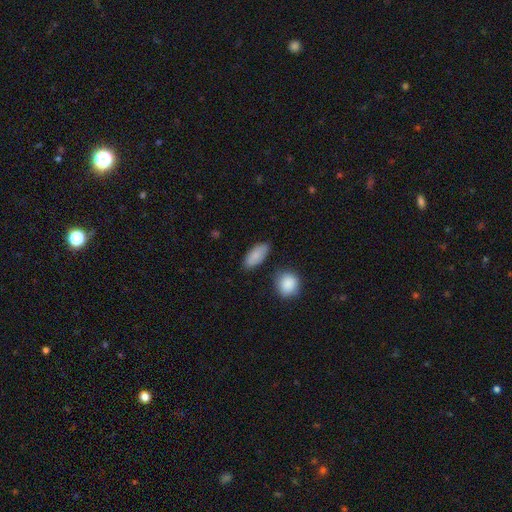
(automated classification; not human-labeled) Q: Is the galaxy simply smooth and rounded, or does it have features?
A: smooth — 84%.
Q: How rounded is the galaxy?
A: in between — 90%.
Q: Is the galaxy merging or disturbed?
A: none — 79%.